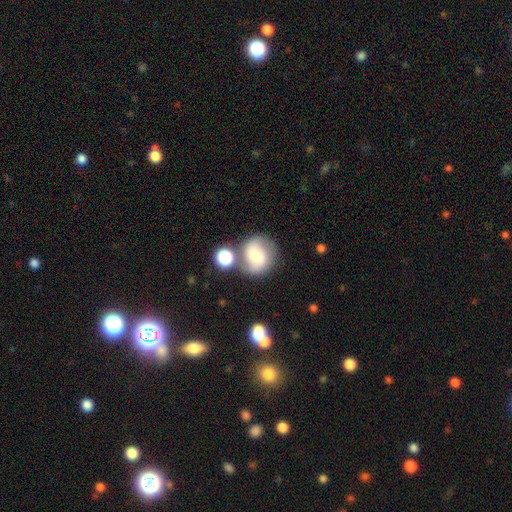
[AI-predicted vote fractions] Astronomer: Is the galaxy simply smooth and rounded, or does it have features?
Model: smooth — 52% (runner-up: featured or disk, 38%).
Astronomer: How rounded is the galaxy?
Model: round — 76%.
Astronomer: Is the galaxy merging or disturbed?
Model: none — 50%.